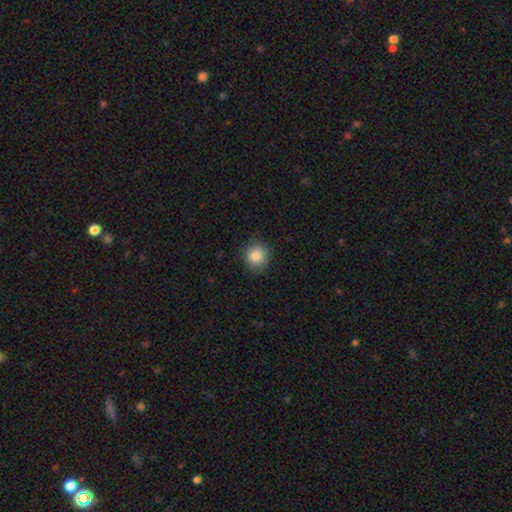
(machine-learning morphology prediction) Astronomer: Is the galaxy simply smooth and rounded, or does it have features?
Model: smooth — 85%.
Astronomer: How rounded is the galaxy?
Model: round — 85%.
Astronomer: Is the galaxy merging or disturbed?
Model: none — 81%.